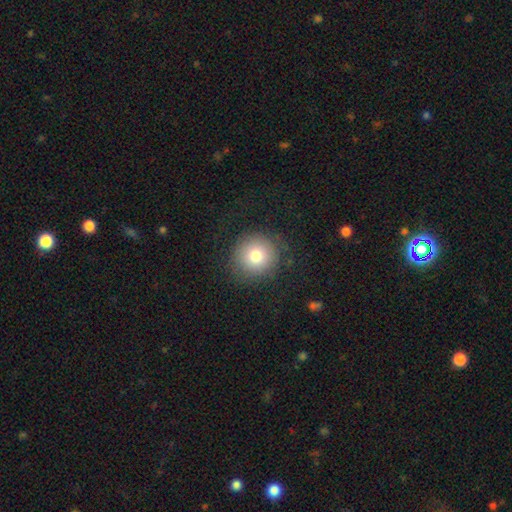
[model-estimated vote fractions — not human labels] smooth-or-featured: smooth: 78% | featured or disk: 11% | star or artifact: 11%
  how-rounded: round: 93% | in between: 6% | cigar-shaped: 1%
  merging: none: 84% | minor disturbance: 10% | major disturbance: 5% | merger: 1%